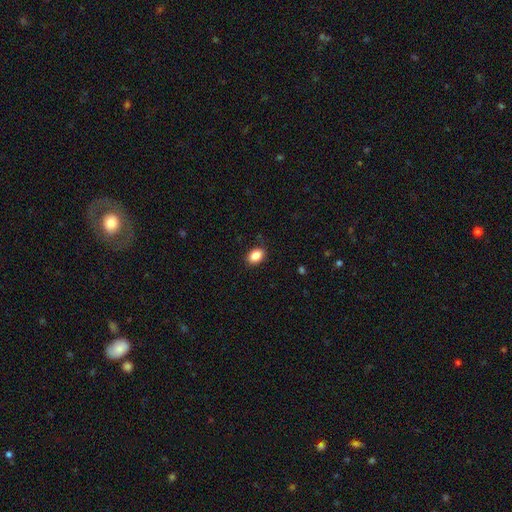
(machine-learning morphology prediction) Smooth or featured? Predicted: smooth (p=0.87). How rounded? Predicted: in between (p=0.83). Merging? Predicted: none (p=0.87).